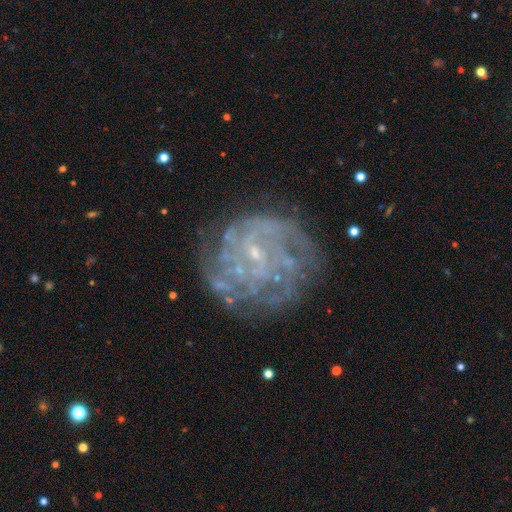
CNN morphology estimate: Smooth or featured?
  - featured or disk: 79% *
  - smooth: 11%
  - star or artifact: 10%
Edge-on disk?
  - no: 98% *
  - yes: 2%
Bar?
  - no: 53% *
  - weak: 38%
  - strong: 9%
Spiral arms?
  - yes: 79% *
  - no: 21%
Spiral winding?
  - tight: 60% *
  - medium: 28%
  - loose: 11%
Spiral arm count?
  - can't tell: 48% *
  - 4: 14%
  - 3: 11%
  - more than 4: 10%
  - 2: 10%
  - 1: 6%
Bulge size?
  - small: 76% *
  - none: 14%
  - moderate: 8%
  - large: 1%
  - dominant: 1%
Merging?
  - none: 70% *
  - minor disturbance: 17%
  - major disturbance: 11%
  - merger: 2%